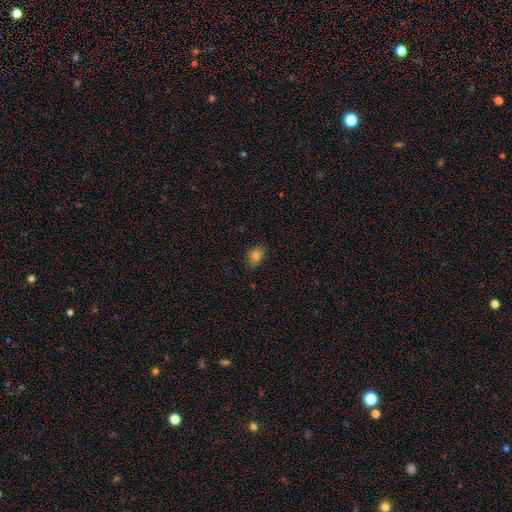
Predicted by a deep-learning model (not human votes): A smooth galaxy with no disk features (80%) that is in between round and cigar-shaped (70%). Merging: none (78%).